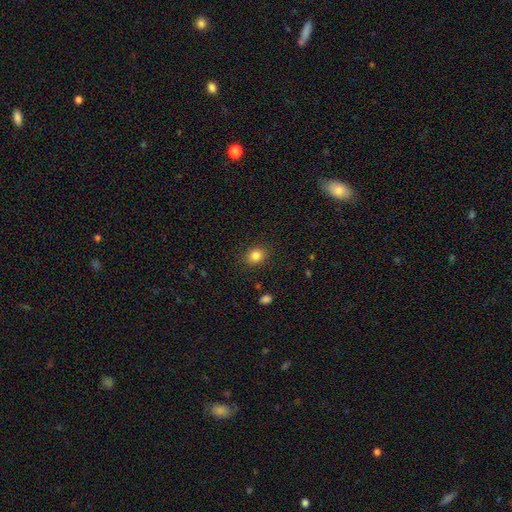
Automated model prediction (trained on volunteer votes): Overall: smooth (84%). How rounded: round (62%; in between 37%). Merging: none (87%).